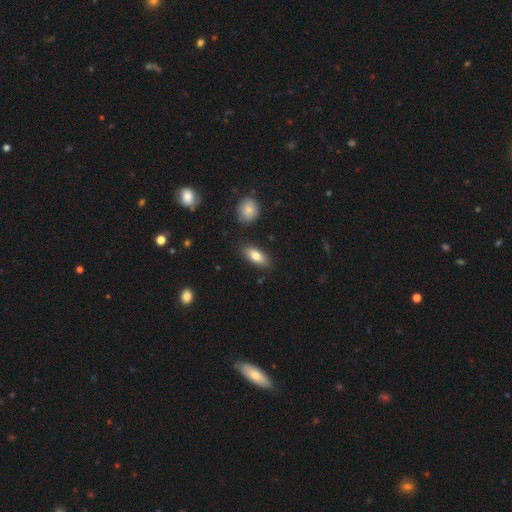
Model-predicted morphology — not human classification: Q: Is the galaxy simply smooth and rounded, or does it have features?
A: smooth — 80%.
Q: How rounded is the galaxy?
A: in between — 83%.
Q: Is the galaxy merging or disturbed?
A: none — 85%.